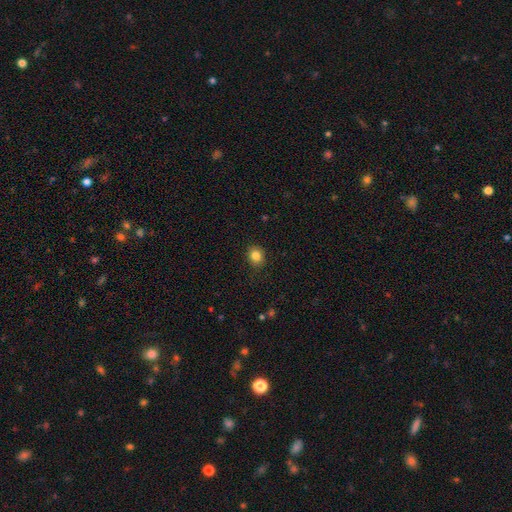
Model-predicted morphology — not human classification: Smooth or featured: smooth — 84% (star or artifact — 11%)
How rounded: round — 65% (in between — 34%)
Merging: none — 87% (minor disturbance — 9%)